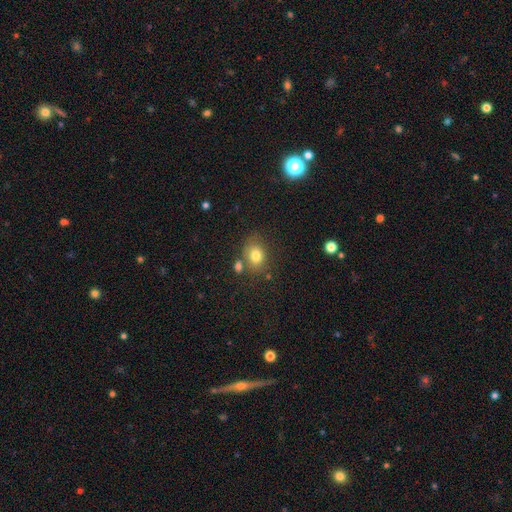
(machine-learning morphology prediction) Smooth or featured: smooth — 79% (star or artifact — 12%)
How rounded: round — 51% (in between — 48%)
Merging: none — 65% (minor disturbance — 16%)